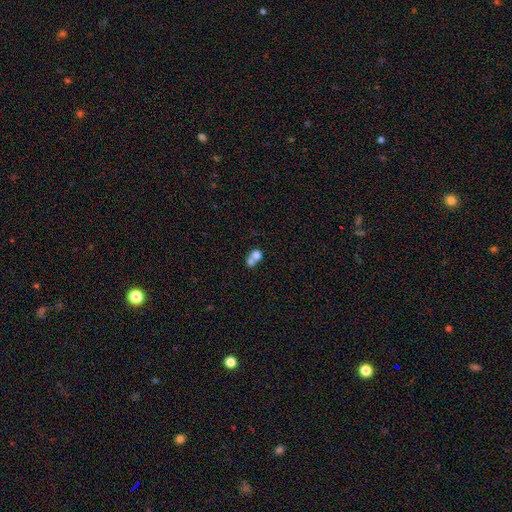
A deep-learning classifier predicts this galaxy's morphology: This appears to be a smooth galaxy with no disk features (73%) that is round (71%). Merging: merger (67%).